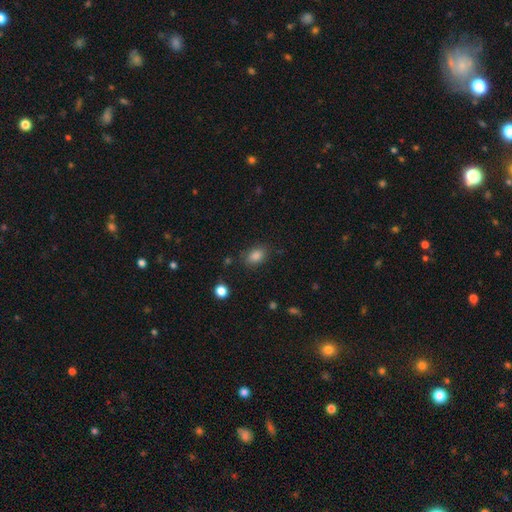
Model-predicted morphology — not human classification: Smooth or featured?
  - smooth: 84% *
  - star or artifact: 11%
  - featured or disk: 5%
How rounded?
  - in between: 76% *
  - round: 23%
  - cigar-shaped: 1%
Merging?
  - none: 81% *
  - minor disturbance: 13%
  - major disturbance: 4%
  - merger: 2%